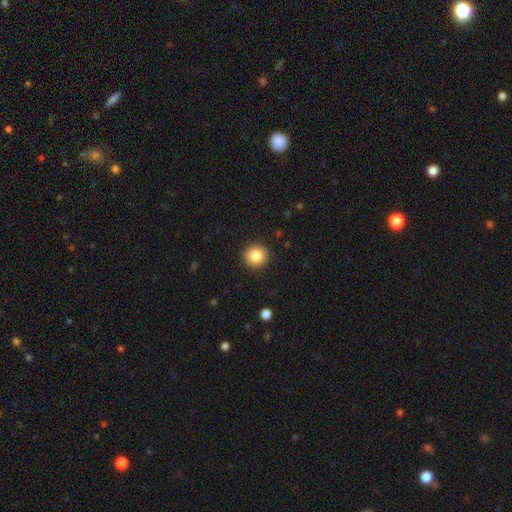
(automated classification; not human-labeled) Overall: smooth (85%). How rounded: round (93%). Merging: none (92%).